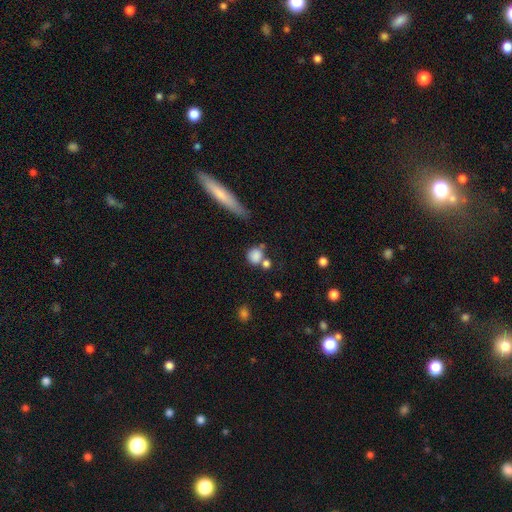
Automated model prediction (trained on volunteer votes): This appears to be a smooth galaxy with no disk features (82%) that is round (74%). Merging: none (55%).